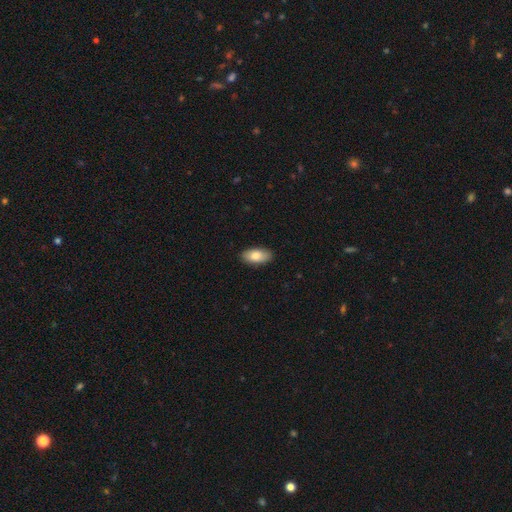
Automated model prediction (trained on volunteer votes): smooth-or-featured: smooth: 83% | featured or disk: 11% | star or artifact: 6%
  how-rounded: in between: 92% | cigar-shaped: 5% | round: 3%
  merging: none: 88% | minor disturbance: 9% | major disturbance: 2% | merger: 1%